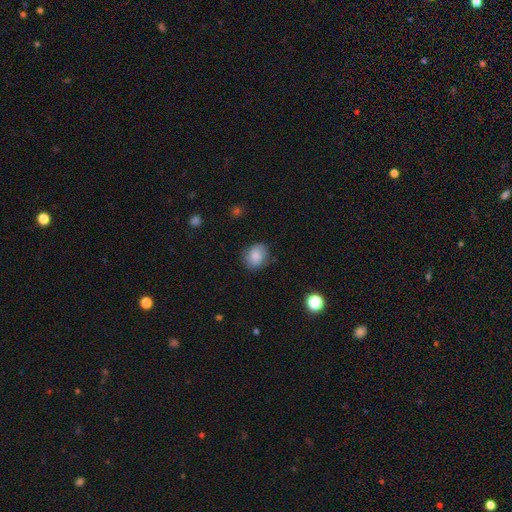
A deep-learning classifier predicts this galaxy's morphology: A smooth galaxy with no disk features (84%) that is round (50%). Merging: none (79%).